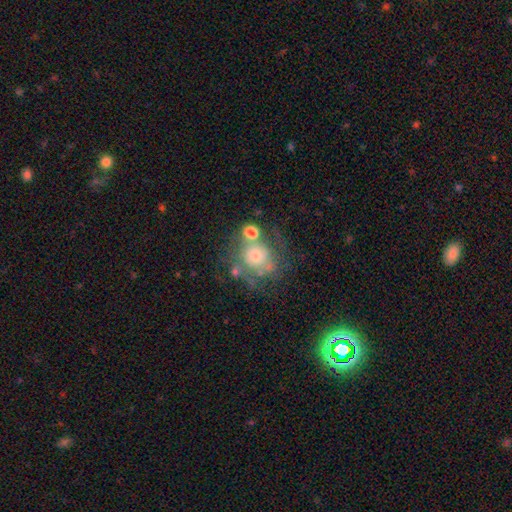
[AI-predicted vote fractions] smooth-or-featured: smooth: 47% | featured or disk: 40% | star or artifact: 14%
  merging: none: 48% | minor disturbance: 19% | major disturbance: 18% | merger: 16%